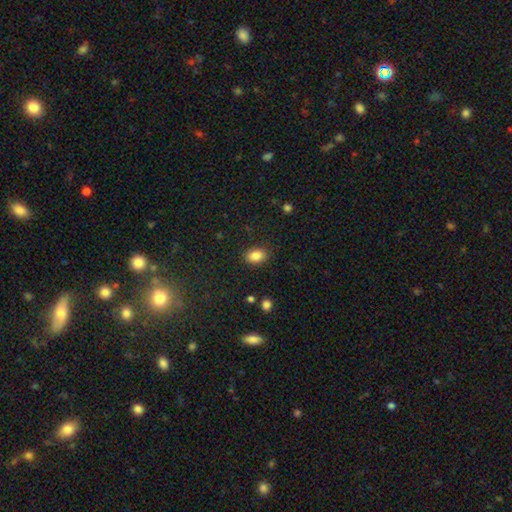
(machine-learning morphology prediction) Smooth or featured? smooth (86%)
How rounded? in between (82%)
Merging? none (87%)